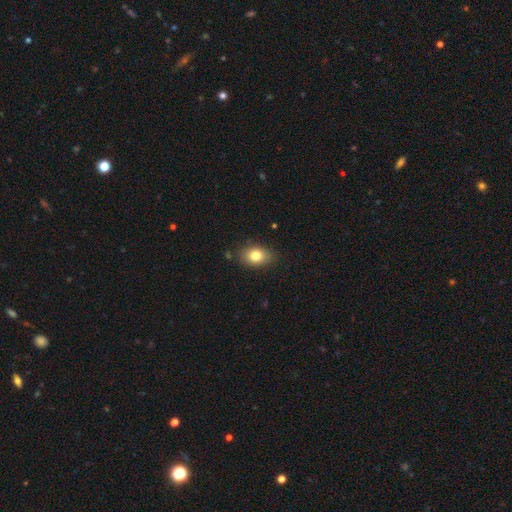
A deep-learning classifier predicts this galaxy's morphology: Smooth or featured? smooth (80%)
How rounded? in between (76%)
Merging? none (83%)